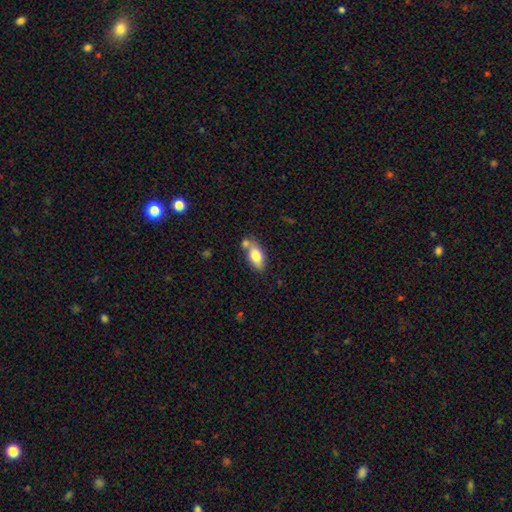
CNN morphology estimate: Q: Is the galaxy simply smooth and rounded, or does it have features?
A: smooth — 77%.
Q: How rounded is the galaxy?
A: in between — 89%.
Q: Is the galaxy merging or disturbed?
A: none — 58%.